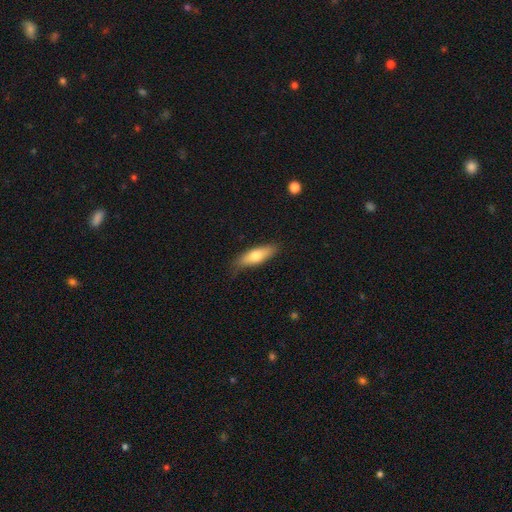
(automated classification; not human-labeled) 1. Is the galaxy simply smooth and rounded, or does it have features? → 70% smooth, 24% featured or disk, 6% star or artifact.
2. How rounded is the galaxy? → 52% in between, 46% cigar-shaped, 2% round.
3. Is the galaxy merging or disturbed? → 76% none, 19% minor disturbance, 3% major disturbance, 1% merger.